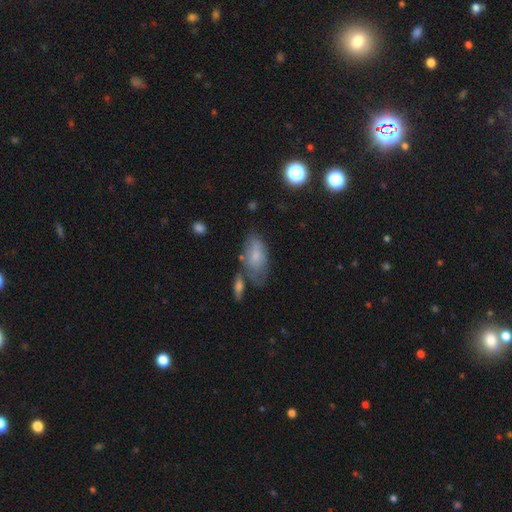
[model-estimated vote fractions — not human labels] Smooth or featured: smooth — 66% (featured or disk — 26%)
How rounded: in between — 91% (cigar-shaped — 5%)
Merging: none — 52% (minor disturbance — 26%)